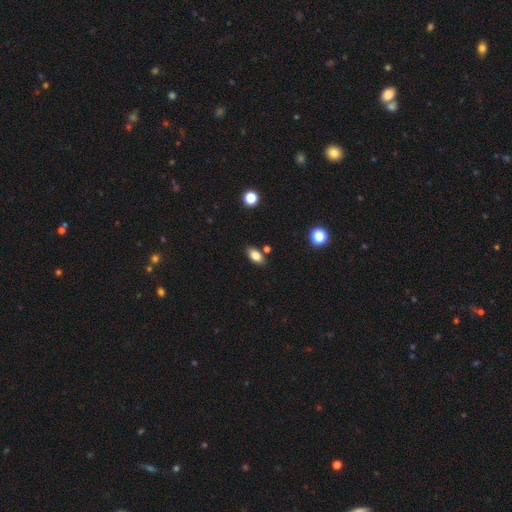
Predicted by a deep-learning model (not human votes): smooth 83%, star or artifact 9%, featured or disk 7%. Down the decision tree: how rounded — in between (89%); merging — none (80%).